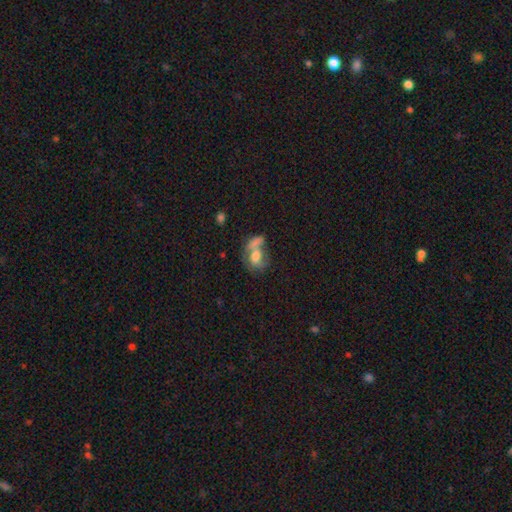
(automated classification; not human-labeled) The model was most divided on "smooth or featured": smooth: 55%, featured or disk: 35%, star or artifact: 10%. Remaining: how rounded — in between (69%); merging — merger (46%).